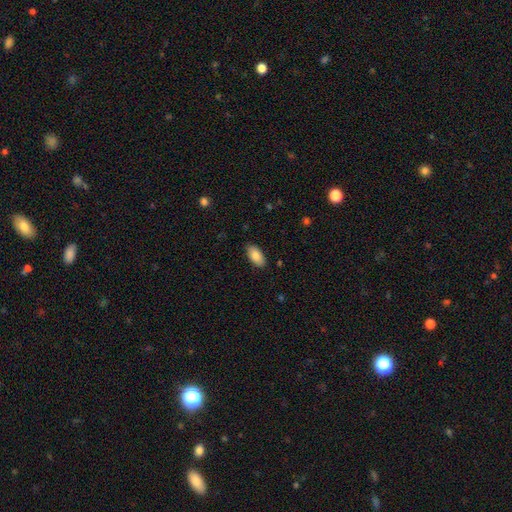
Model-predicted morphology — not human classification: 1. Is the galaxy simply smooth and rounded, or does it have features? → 85% smooth, 9% featured or disk, 7% star or artifact.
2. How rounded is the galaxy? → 94% in between, 4% cigar-shaped, 3% round.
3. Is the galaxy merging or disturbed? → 88% none, 9% minor disturbance, 2% major disturbance, 1% merger.